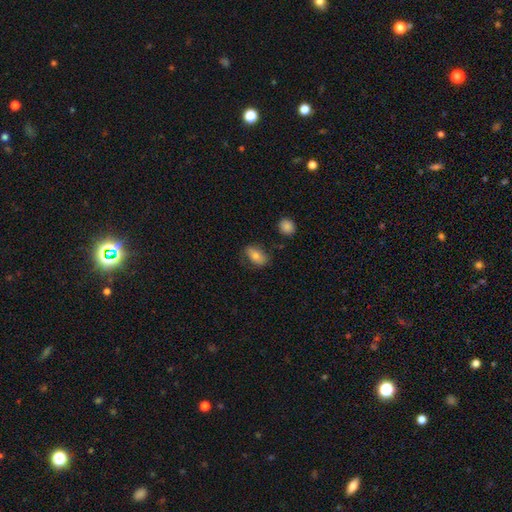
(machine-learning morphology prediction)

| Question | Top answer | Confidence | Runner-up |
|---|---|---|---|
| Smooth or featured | smooth | 72% | featured or disk (20%) |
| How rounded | in between | 86% | round (11%) |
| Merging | none | 70% | minor disturbance (21%) |